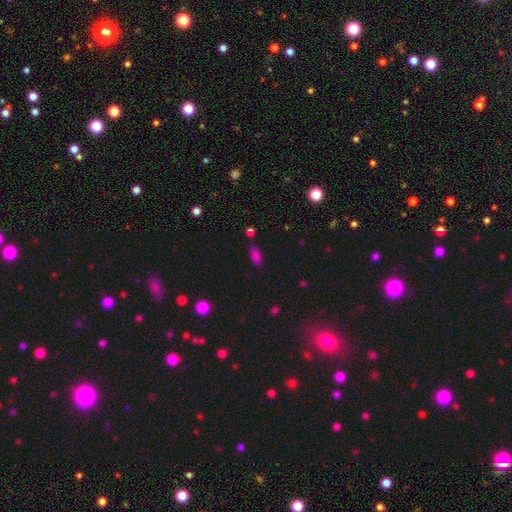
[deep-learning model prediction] This appears to be a smooth galaxy with no disk features (79%) that is in between round and cigar-shaped (85%). Merging: none (75%).